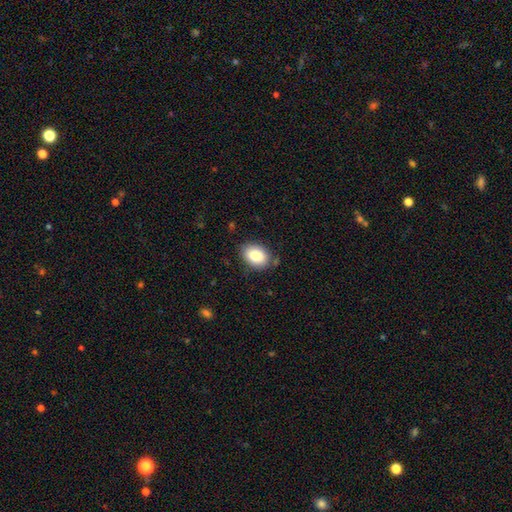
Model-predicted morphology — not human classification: smooth 84%, featured or disk 8%, star or artifact 8%. Down the decision tree: how rounded — in between (80%); merging — none (82%).